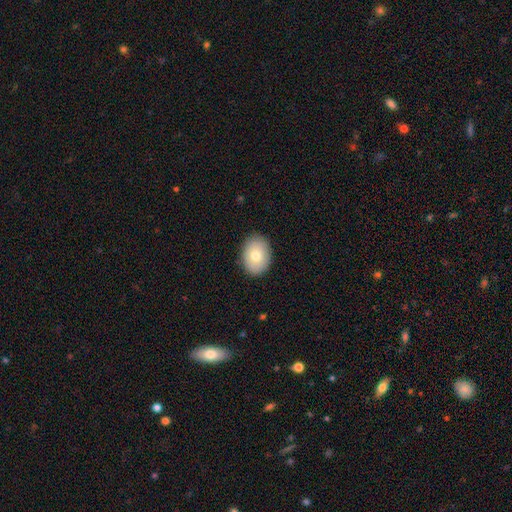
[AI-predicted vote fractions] smooth-or-featured: smooth: 77% | featured or disk: 15% | star or artifact: 8%
  how-rounded: in between: 72% | round: 27% | cigar-shaped: 1%
  merging: none: 88% | minor disturbance: 9% | major disturbance: 2% | merger: 1%